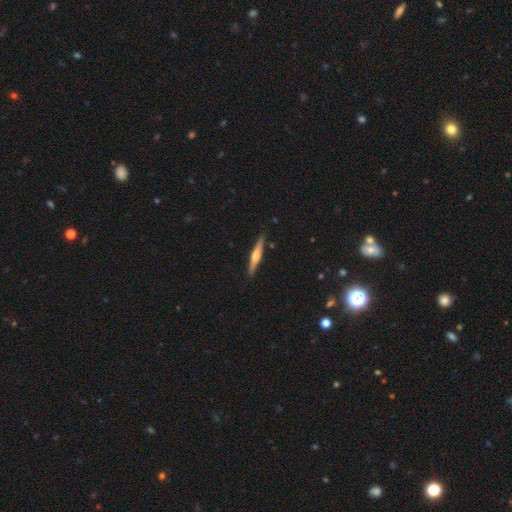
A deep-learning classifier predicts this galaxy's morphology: A featured or disk galaxy (60%) viewed edge-on (97%) with a rounded central bulge (85%).

Vote fractions:
- Smooth or featured? featured or disk: 60% / smooth: 35% / star or artifact: 6%
- Edge-on disk? yes: 97% / no: 3%
- Edge-on bulge? rounded: 85% / boxy: 8% / none: 7%
- Merging? none: 89% / minor disturbance: 8% / major disturbance: 1% / merger: 1%